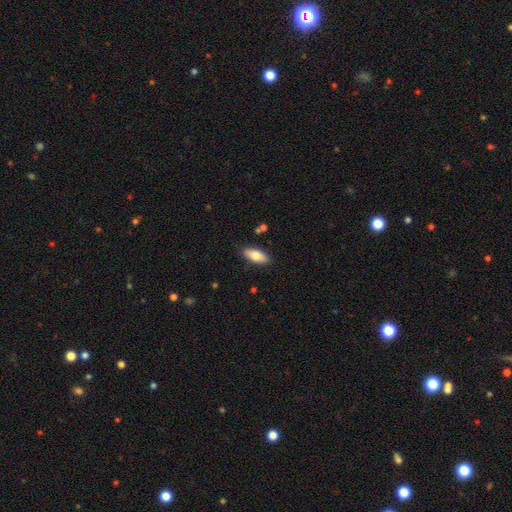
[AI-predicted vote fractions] smooth_or_featured: smooth (p=0.76) [alt: featured or disk p=0.18]
how_rounded: in between (p=0.83) [alt: cigar-shaped p=0.15]
merging: none (p=0.86) [alt: minor disturbance p=0.10]